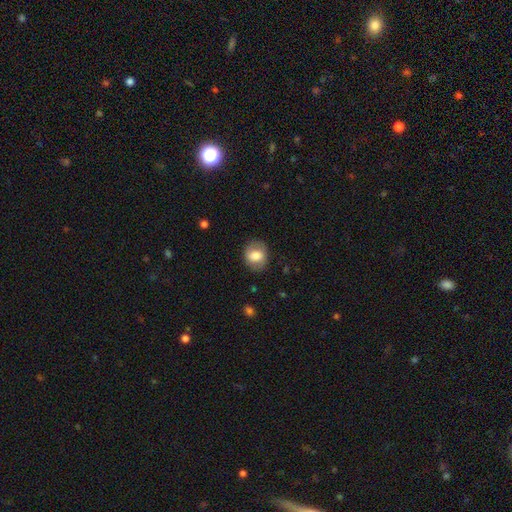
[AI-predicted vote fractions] This is likely a smooth galaxy (71%). How rounded: possibly round (55%). Merging: likely none (80%).